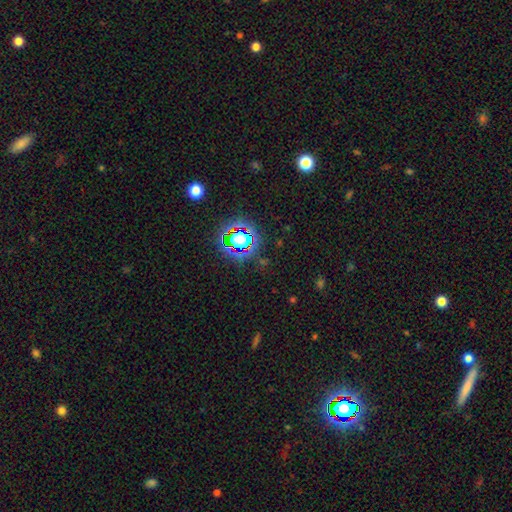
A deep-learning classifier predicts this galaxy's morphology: Smooth or featured? star or artifact (78%)